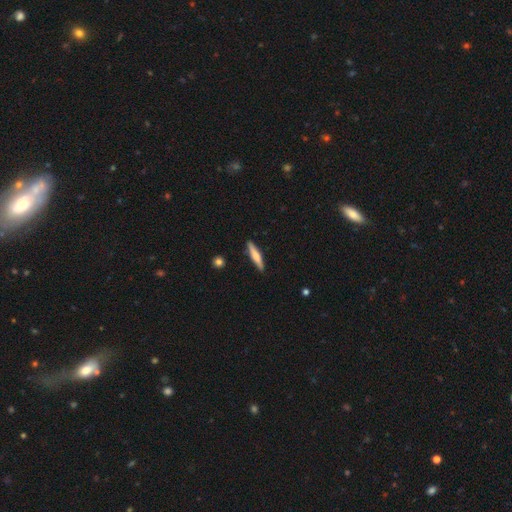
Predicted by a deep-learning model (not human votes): Smooth or featured? Predicted: smooth (p=0.58). How rounded? Predicted: cigar-shaped (p=0.88). Merging? Predicted: none (p=0.89).